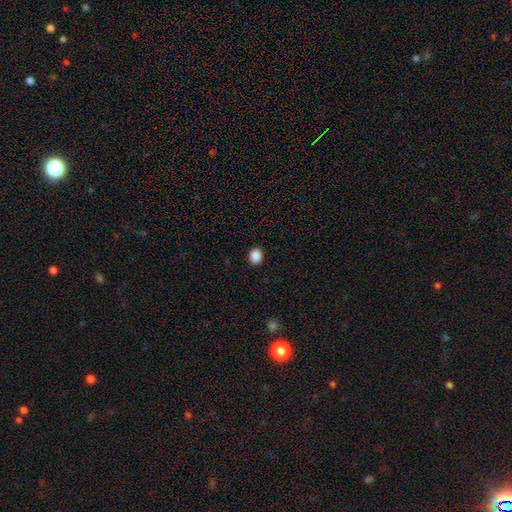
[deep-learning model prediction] Morphology: type=smooth (88%); roundness=round (68%); merging=none (91%).